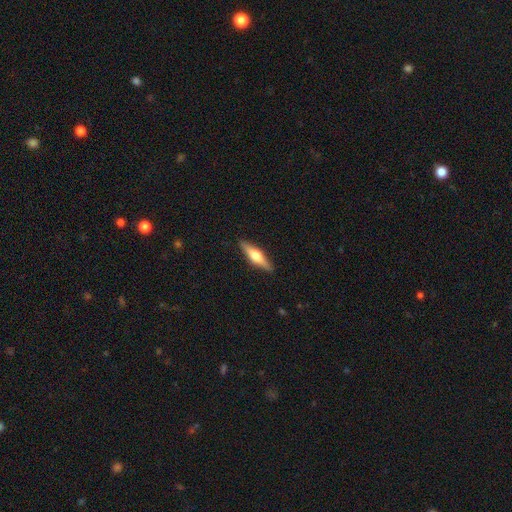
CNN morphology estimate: Smooth or featured: featured or disk — 54% (smooth — 41%)
Edge-on disk: yes — 94% (no — 6%)
Edge-on bulge: rounded — 92% (boxy — 5%)
Merging: none — 90% (minor disturbance — 7%)